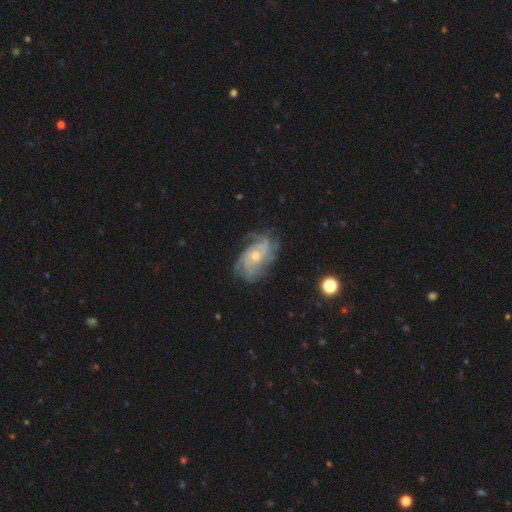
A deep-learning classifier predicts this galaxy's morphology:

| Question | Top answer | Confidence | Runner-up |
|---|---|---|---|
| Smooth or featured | featured or disk | 87% | smooth (7%) |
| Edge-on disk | no | 97% | yes (3%) |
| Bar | no | 71% | weak (25%) |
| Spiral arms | yes | 97% | no (3%) |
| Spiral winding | tight | 48% | medium (39%) |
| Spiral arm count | can't tell | 25% | 3 (23%) |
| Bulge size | small | 53% | moderate (43%) |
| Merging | none | 70% | minor disturbance (19%) |